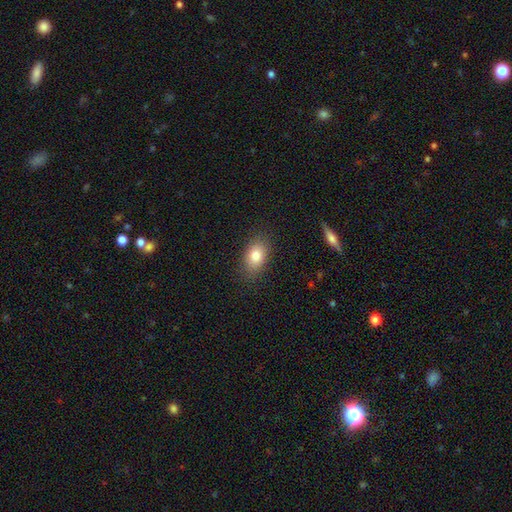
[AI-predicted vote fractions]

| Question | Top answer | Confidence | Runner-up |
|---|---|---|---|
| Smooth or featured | smooth | 81% | featured or disk (10%) |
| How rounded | in between | 84% | round (13%) |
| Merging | none | 85% | minor disturbance (11%) |